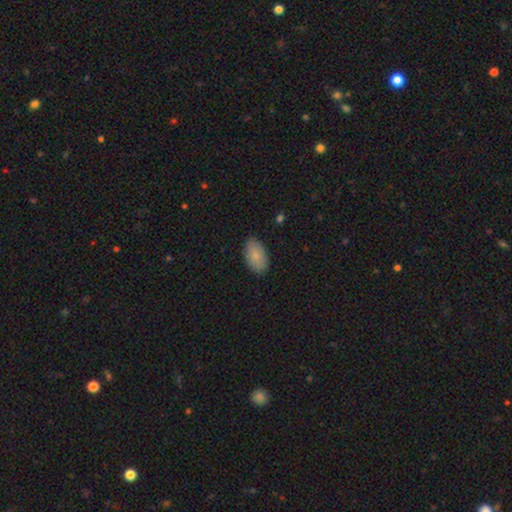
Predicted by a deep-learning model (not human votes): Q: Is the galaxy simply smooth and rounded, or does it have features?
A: smooth — 85%.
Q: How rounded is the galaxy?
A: in between — 94%.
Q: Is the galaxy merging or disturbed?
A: none — 87%.